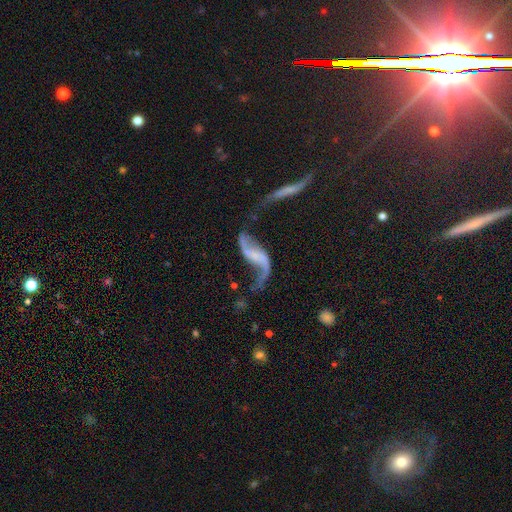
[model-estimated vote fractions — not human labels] Q: Smooth or featured?
A: featured or disk (87%); runner-up: smooth (7%)
Q: Edge-on disk?
A: no (95%); runner-up: yes (5%)
Q: Bar?
A: no (49%); runner-up: weak (33%)
Q: Spiral arms?
A: yes (93%); runner-up: no (7%)
Q: Spiral winding?
A: loose (93%); runner-up: medium (5%)
Q: Spiral arm count?
A: 2 (91%); runner-up: 1 (5%)
Q: Bulge size?
A: none (58%); runner-up: small (29%)
Q: Merging?
A: none (49%); runner-up: major disturbance (19%)